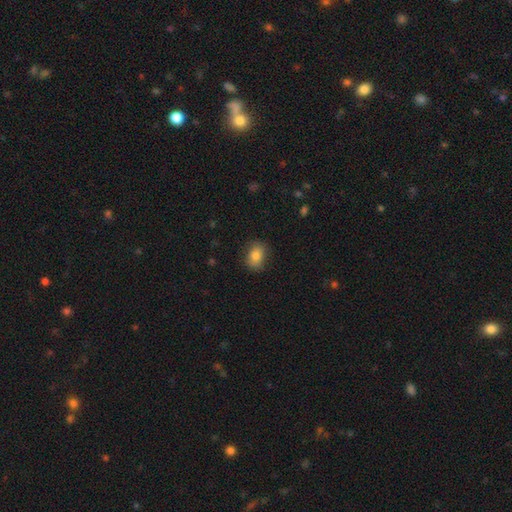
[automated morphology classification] type=smooth (82%); roundness=in between (65%); merging=none (82%).